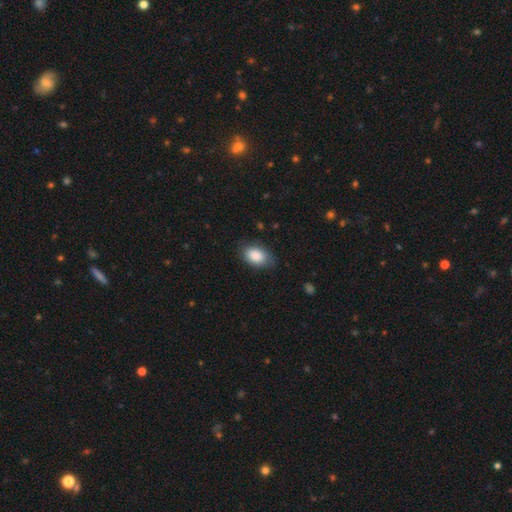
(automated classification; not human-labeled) Smooth or featured? Predicted: smooth (p=0.87). How rounded? Predicted: in between (p=0.89). Merging? Predicted: none (p=0.74).